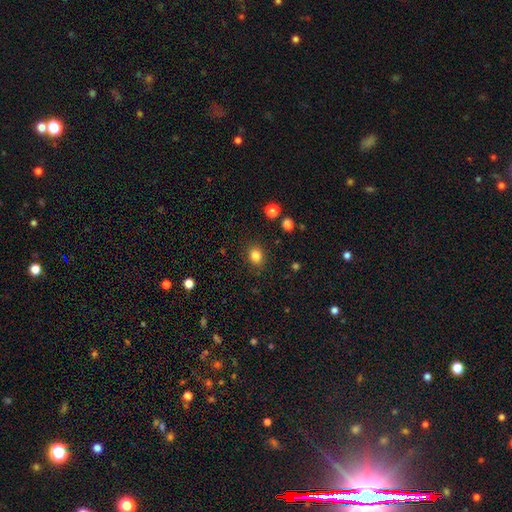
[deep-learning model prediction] The model was most divided on "how rounded": round: 56%, in between: 43%, cigar-shaped: 1%. More confident: merging — none (87%); smooth or featured — smooth (83%).